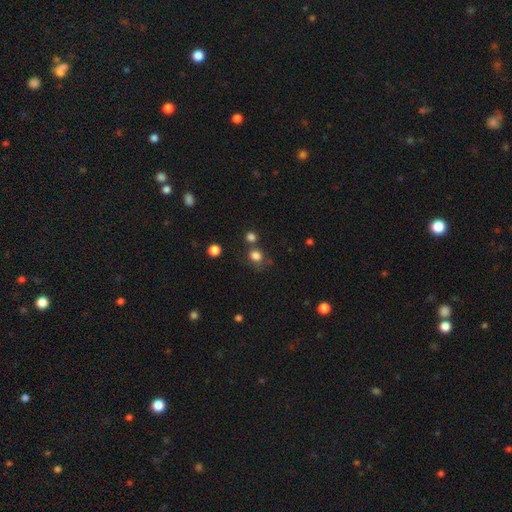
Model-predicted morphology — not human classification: Q: Smooth or featured?
A: smooth (80%); runner-up: star or artifact (14%)
Q: How rounded?
A: round (70%); runner-up: in between (29%)
Q: Merging?
A: none (64%); runner-up: merger (17%)